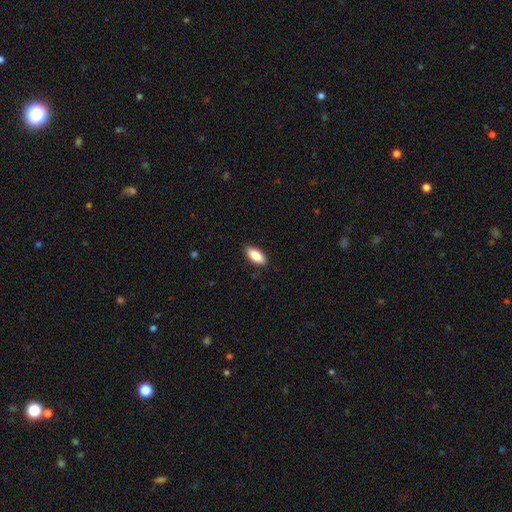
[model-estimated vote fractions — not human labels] Smooth or featured: smooth — 88% (star or artifact — 6%)
How rounded: in between — 88% (cigar-shaped — 10%)
Merging: none — 88% (minor disturbance — 9%)